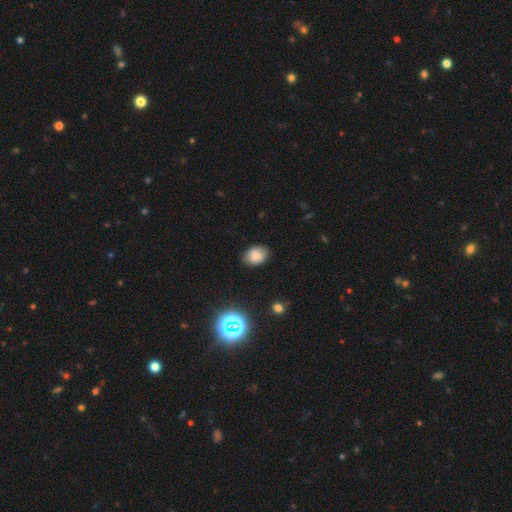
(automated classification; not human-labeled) Smooth or featured? Predicted: smooth (p=0.81). How rounded? Predicted: in between (p=0.71). Merging? Predicted: none (p=0.82).